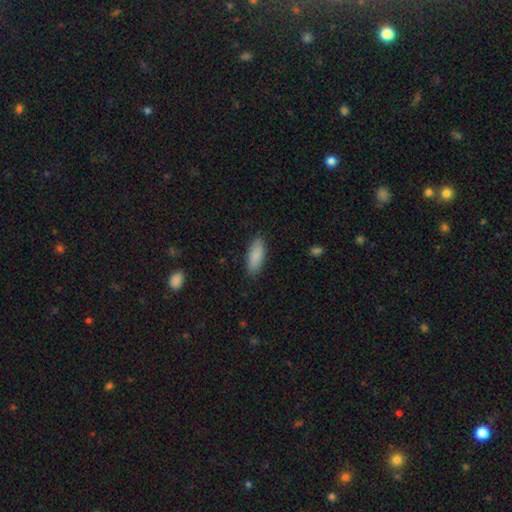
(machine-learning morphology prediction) A smooth galaxy with no disk features (89%) that is in between round and cigar-shaped (72%). Merging: none (87%).